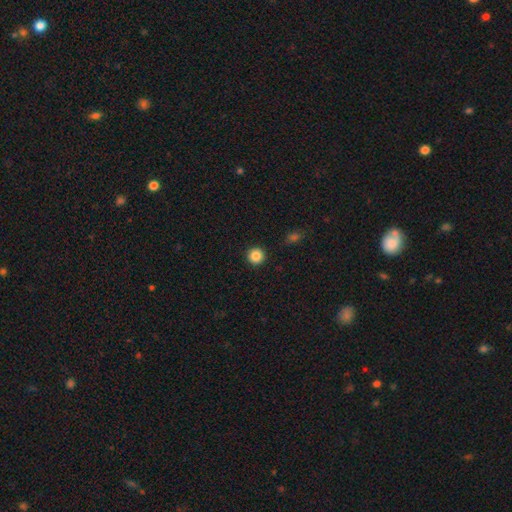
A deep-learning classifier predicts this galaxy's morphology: smooth_or_featured: smooth (p=0.86) [alt: star or artifact p=0.10]
how_rounded: round (p=0.96) [alt: in between p=0.03]
merging: none (p=0.93) [alt: minor disturbance p=0.04]